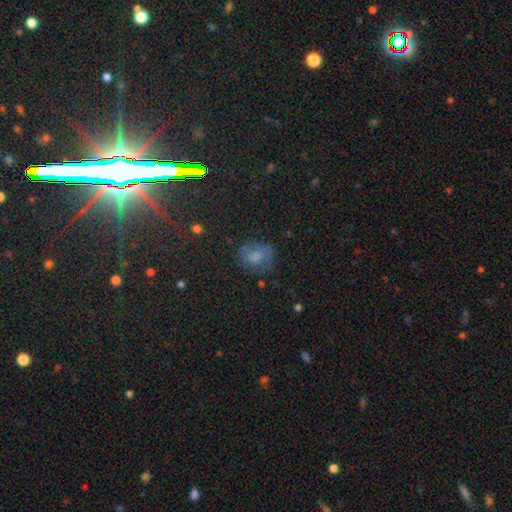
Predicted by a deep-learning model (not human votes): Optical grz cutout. It shows a smooth galaxy with no disk features (52%) that is round (57%). Merging: none (59%).